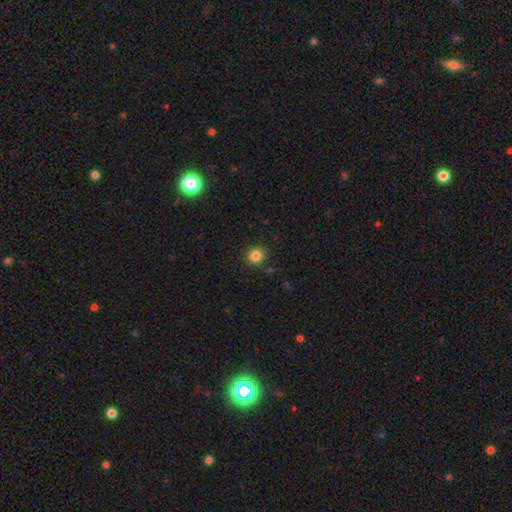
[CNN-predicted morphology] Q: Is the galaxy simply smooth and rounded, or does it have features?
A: smooth — 84%.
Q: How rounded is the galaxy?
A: round — 90%.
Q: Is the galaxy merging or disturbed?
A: none — 88%.